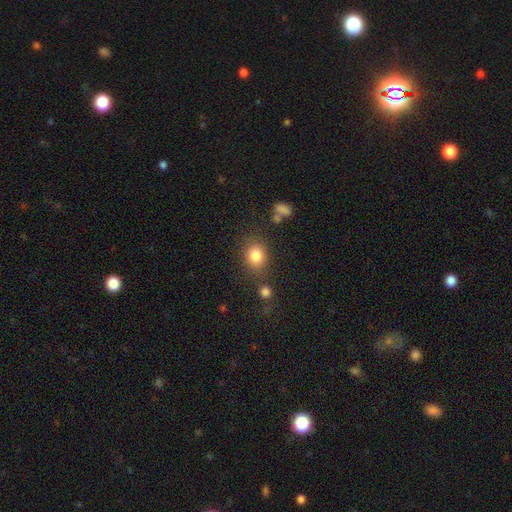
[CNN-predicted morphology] A smooth galaxy with no disk features (83%) that is round (55%). Merging: none (72%).